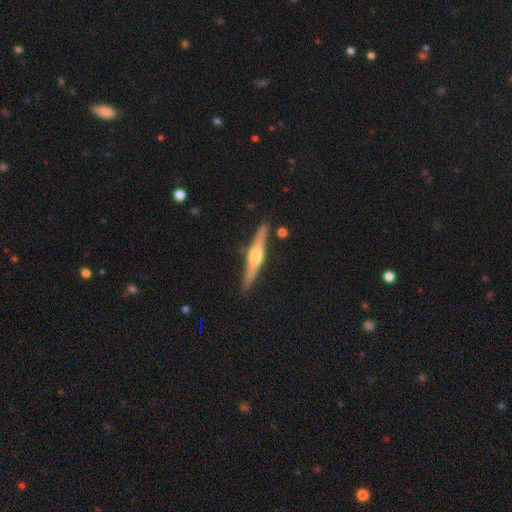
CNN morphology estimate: featured or disk 75%, smooth 20%, star or artifact 5%. Down the decision tree: edge-on disk — yes (98%); edge-on bulge — rounded (90%); merging — none (87%).